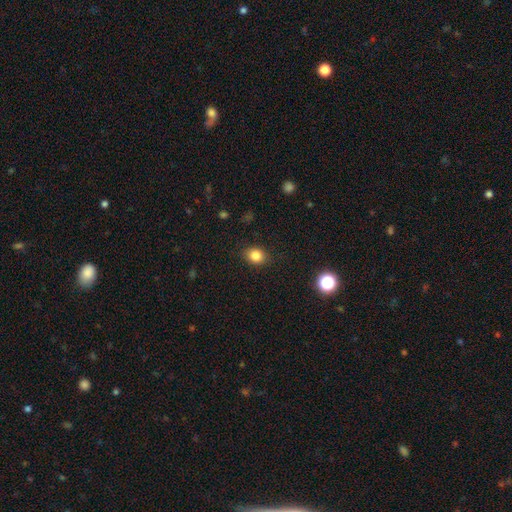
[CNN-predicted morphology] smooth-or-featured: smooth: 83% | star or artifact: 11% | featured or disk: 5%
  how-rounded: round: 55% | in between: 44% | cigar-shaped: 1%
  merging: none: 87% | minor disturbance: 9% | major disturbance: 3% | merger: 1%